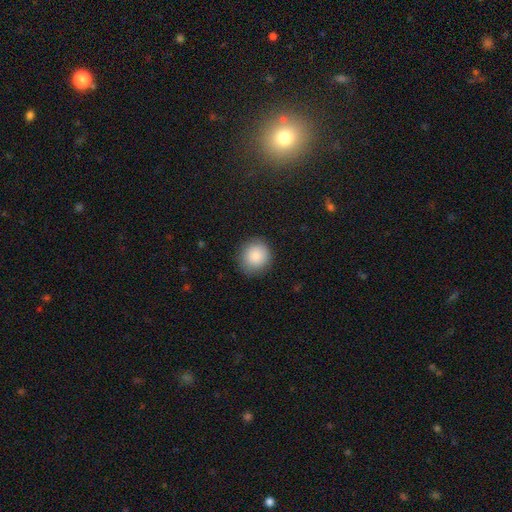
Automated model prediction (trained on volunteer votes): smooth_or_featured: smooth (p=0.87) [alt: star or artifact p=0.08]
how_rounded: round (p=0.89) [alt: in between p=0.10]
merging: none (p=0.87) [alt: minor disturbance p=0.09]